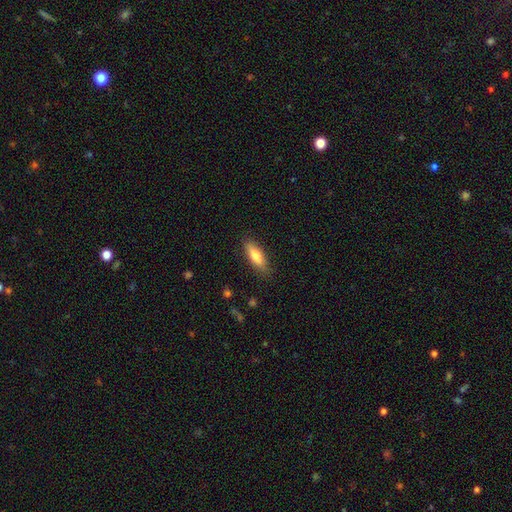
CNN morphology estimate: Smooth or featured? smooth (77%)
How rounded? in between (55%)
Merging? none (84%)